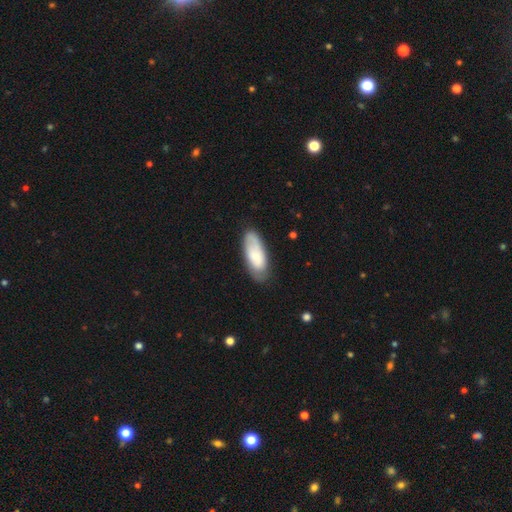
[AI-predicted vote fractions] A smooth galaxy with no disk features (62%) that is in between round and cigar-shaped (82%). Merging: none (70%).